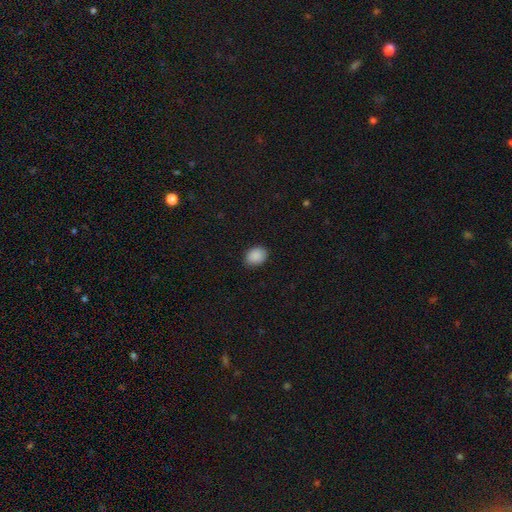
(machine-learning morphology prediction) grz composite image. It shows a smooth galaxy with no disk features (89%) that is in between round and cigar-shaped (65%). Merging: none (88%).